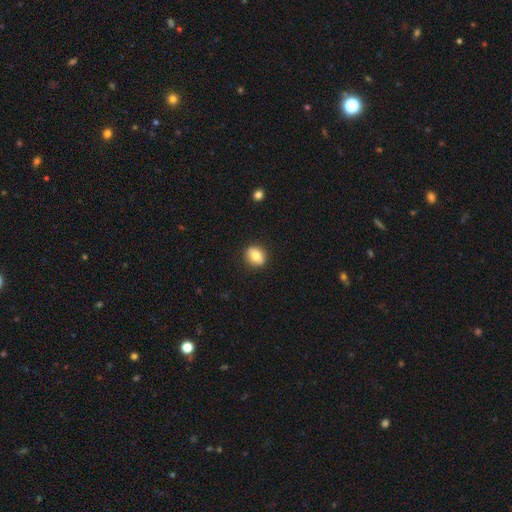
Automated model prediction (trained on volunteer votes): Q: Smooth or featured?
A: smooth (75%); runner-up: featured or disk (17%)
Q: How rounded?
A: round (51%); runner-up: in between (47%)
Q: Merging?
A: none (88%); runner-up: minor disturbance (9%)